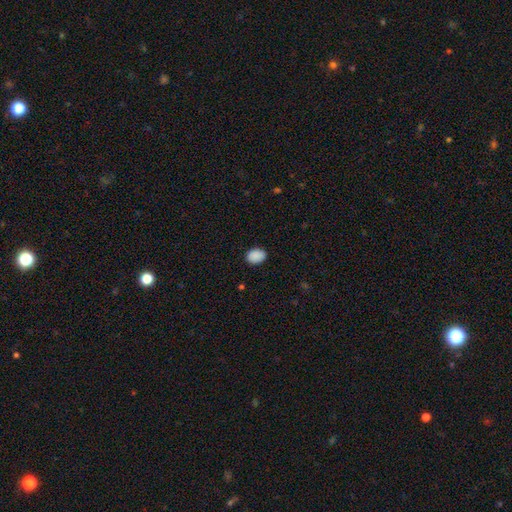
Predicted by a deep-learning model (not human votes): Overall: smooth (90%). How rounded: in between (70%). Merging: none (87%).